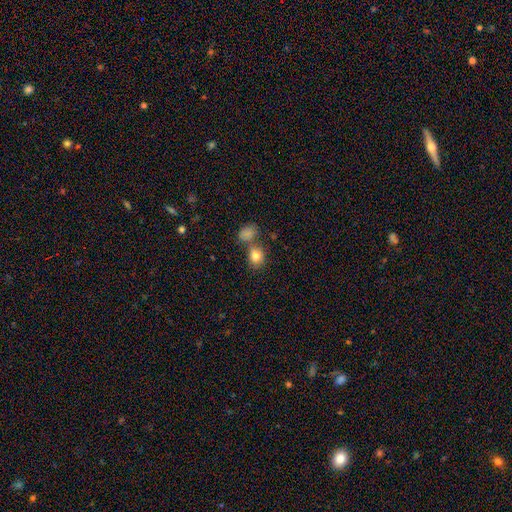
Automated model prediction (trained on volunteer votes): smooth-or-featured: smooth: 81% | star or artifact: 10% | featured or disk: 9%
  how-rounded: round: 52% | in between: 47% | cigar-shaped: 1%
  merging: none: 55% | merger: 26% | minor disturbance: 13% | major disturbance: 5%